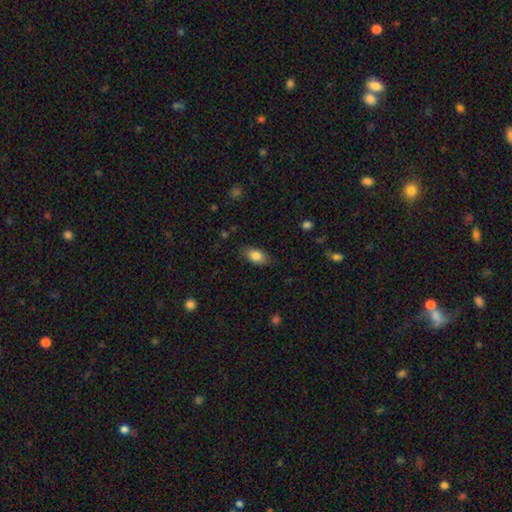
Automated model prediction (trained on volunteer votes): A smooth galaxy with no disk features (84%) that is in between round and cigar-shaped (89%).

Vote fractions:
- Smooth or featured? smooth: 84% / featured or disk: 9% / star or artifact: 7%
- How rounded? in between: 89% / round: 6% / cigar-shaped: 5%
- Merging? none: 84% / minor disturbance: 12% / major disturbance: 3% / merger: 1%